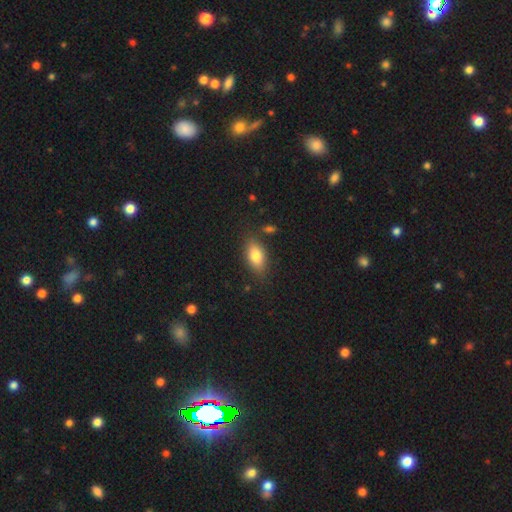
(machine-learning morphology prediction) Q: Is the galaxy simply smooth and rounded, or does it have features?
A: smooth — 79%.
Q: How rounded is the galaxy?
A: in between — 87%.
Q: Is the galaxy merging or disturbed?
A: none — 81%.